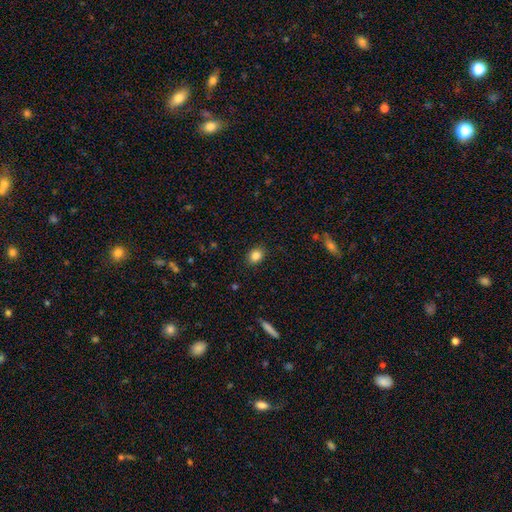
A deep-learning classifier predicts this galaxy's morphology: Smooth or featured? Predicted: smooth (p=0.85). How rounded? Predicted: in between (p=0.53). Merging? Predicted: none (p=0.88).